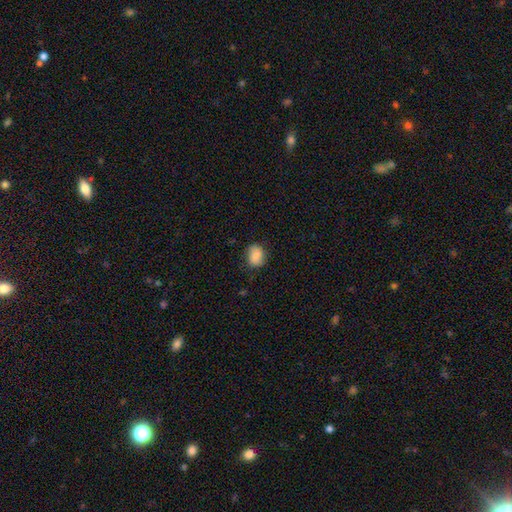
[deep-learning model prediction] Smooth or featured?
  - smooth: 83% *
  - featured or disk: 9%
  - star or artifact: 8%
How rounded?
  - in between: 56% *
  - round: 43%
  - cigar-shaped: 1%
Merging?
  - none: 77% *
  - minor disturbance: 18%
  - major disturbance: 4%
  - merger: 1%